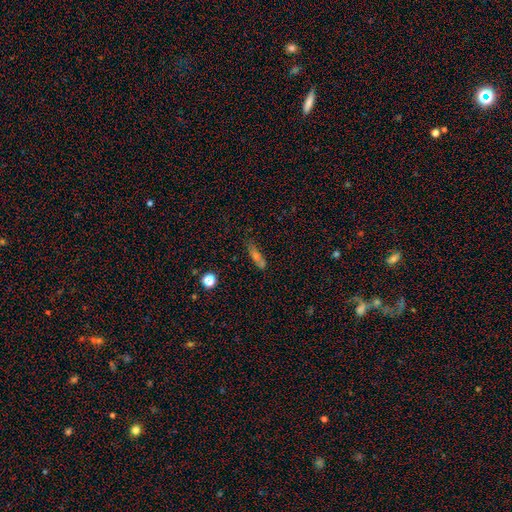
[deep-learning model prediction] smooth-or-featured: smooth: 55% | featured or disk: 30% | star or artifact: 15%
  how-rounded: cigar-shaped: 63% | in between: 31% | round: 6%
  merging: none: 64% | minor disturbance: 17% | merger: 14% | major disturbance: 6%